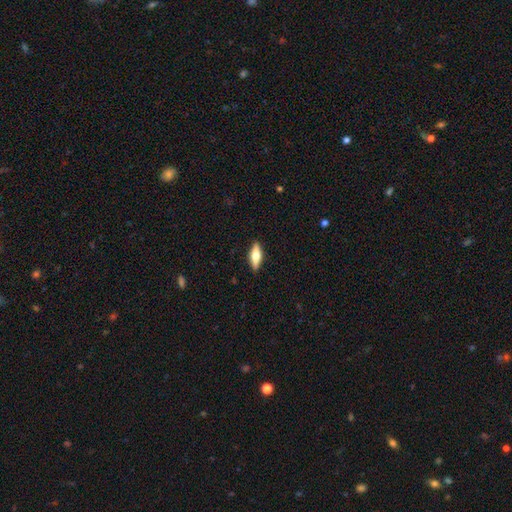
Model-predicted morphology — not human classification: Smooth or featured? featured or disk (47%)
Merging? none (89%)